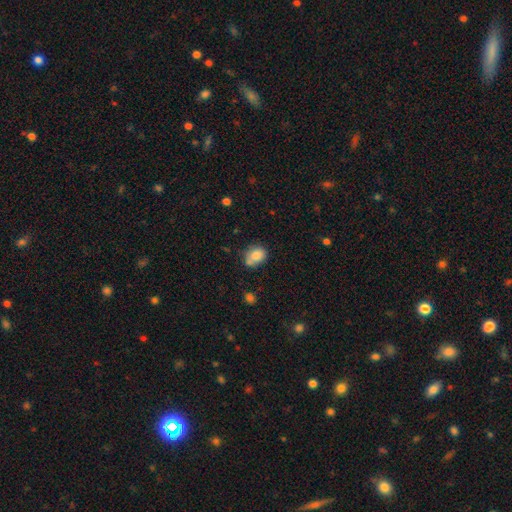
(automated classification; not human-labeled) smooth-or-featured: smooth: 79% | featured or disk: 11% | star or artifact: 9%
  how-rounded: in between: 50% | round: 49% | cigar-shaped: 1%
  merging: none: 56% | minor disturbance: 23% | merger: 15% | major disturbance: 6%